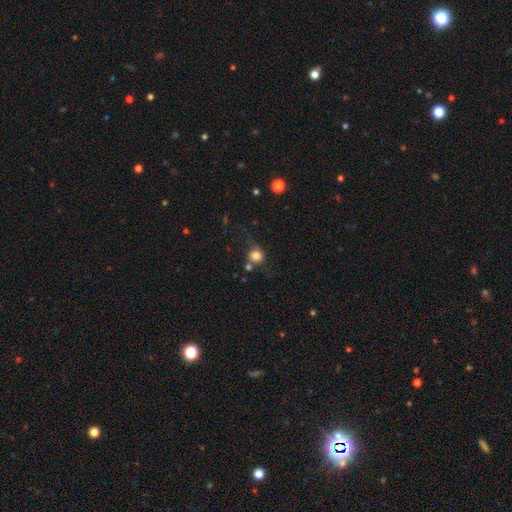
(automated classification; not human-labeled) This is likely a smooth galaxy (78%). How rounded: clearly round (82%). Merging: possibly none (55%).